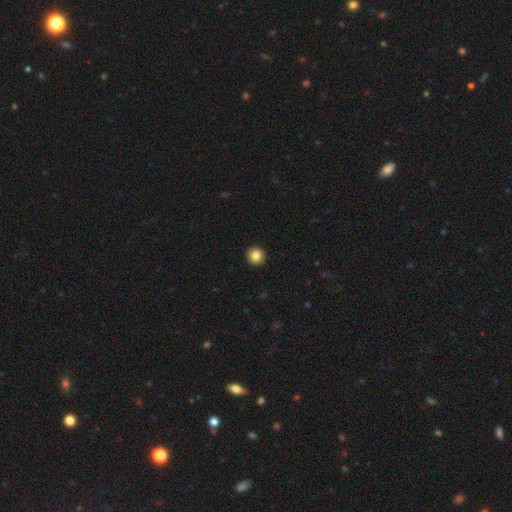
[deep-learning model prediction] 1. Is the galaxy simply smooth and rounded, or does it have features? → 85% smooth, 9% star or artifact, 5% featured or disk.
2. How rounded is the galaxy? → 95% round, 4% in between, 1% cigar-shaped.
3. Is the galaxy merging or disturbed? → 93% none, 4% minor disturbance, 1% major disturbance, 1% merger.